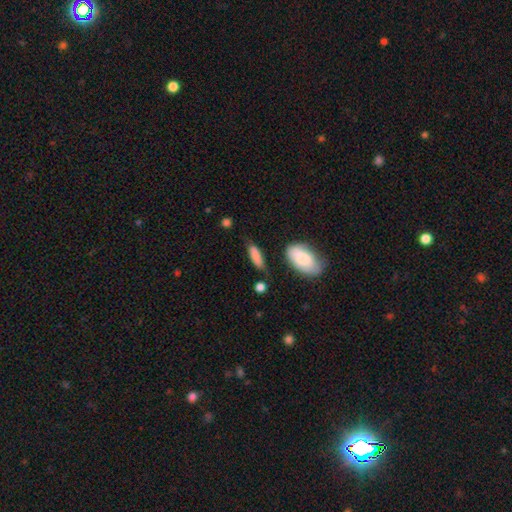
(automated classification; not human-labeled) Smooth or featured? smooth (82%)
How rounded? in between (56%)
Merging? none (63%)